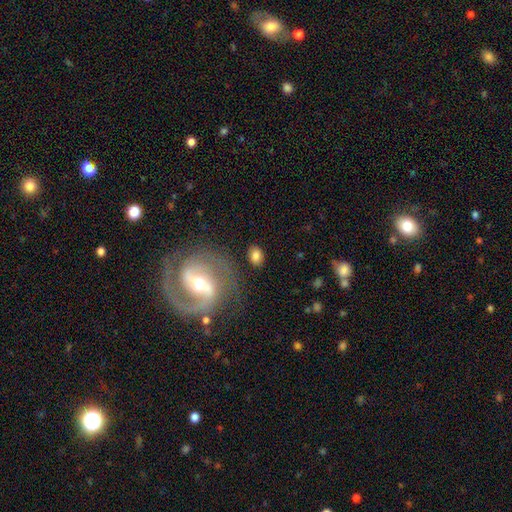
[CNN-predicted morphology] Smooth or featured? smooth (75%)
How rounded? in between (68%)
Merging? none (80%)